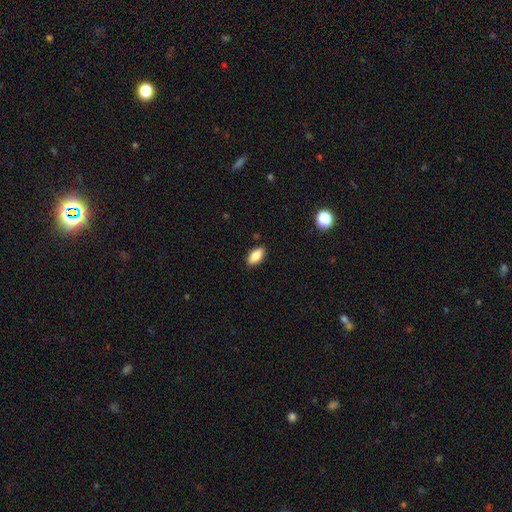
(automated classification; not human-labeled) A smooth galaxy with no disk features (85%) that is in between round and cigar-shaped (90%).

Vote fractions:
- Smooth or featured? smooth: 85% / featured or disk: 7% / star or artifact: 7%
- How rounded? in between: 90% / cigar-shaped: 7% / round: 3%
- Merging? none: 88% / minor disturbance: 9% / major disturbance: 2% / merger: 1%